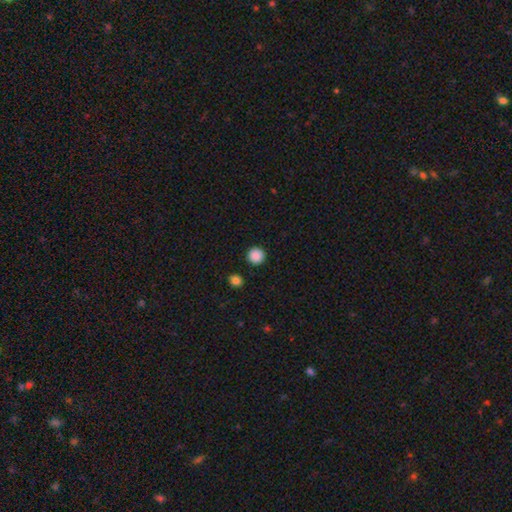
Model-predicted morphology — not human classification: This appears to be a smooth galaxy with no disk features (88%) that is round (95%). Merging: none (92%).